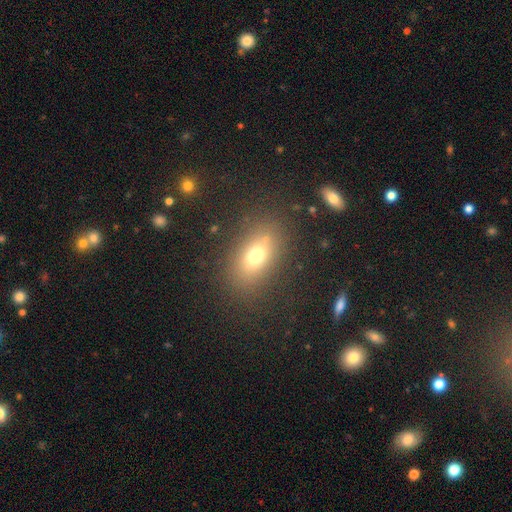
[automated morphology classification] smooth 70%, featured or disk 15%, star or artifact 15%. Down the decision tree: how rounded — in between (78%); merging — none (80%).